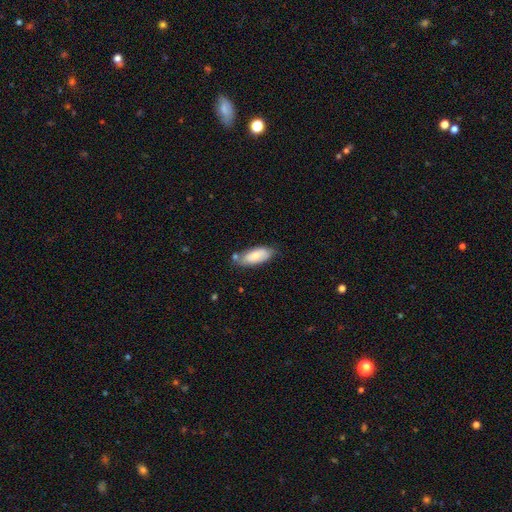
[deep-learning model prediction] Smooth or featured? Predicted: smooth (p=0.74). How rounded? Predicted: in between (p=0.84). Merging? Predicted: none (p=0.66).